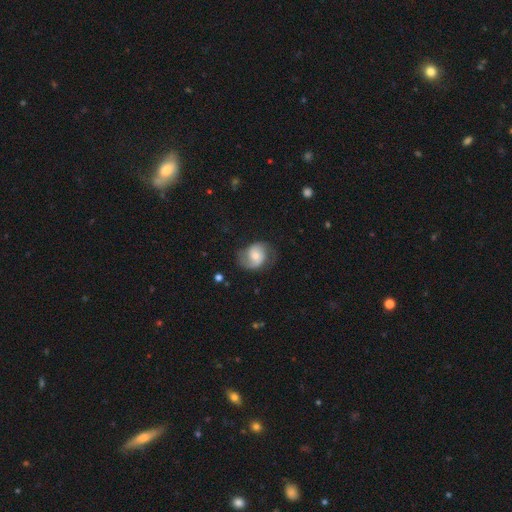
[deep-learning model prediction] smooth-or-featured: featured or disk: 59% | smooth: 34% | star or artifact: 7%
  disk-edge-on: no: 97% | yes: 3%
    bar: no: 60% | weak: 32% | strong: 8%
    has-spiral-arms: yes: 87% | no: 13%
      spiral-winding: medium: 43% | loose: 34% | tight: 23%
      spiral-arm-count: 2: 82% | can't tell: 8% | 1: 6% | 3: 1% | 4: 1% | more than 4: 1%
    bulge-size: moderate: 47% | small: 43% | large: 5% | none: 3% | dominant: 1%
  merging: none: 65% | minor disturbance: 23% | major disturbance: 11% | merger: 1%